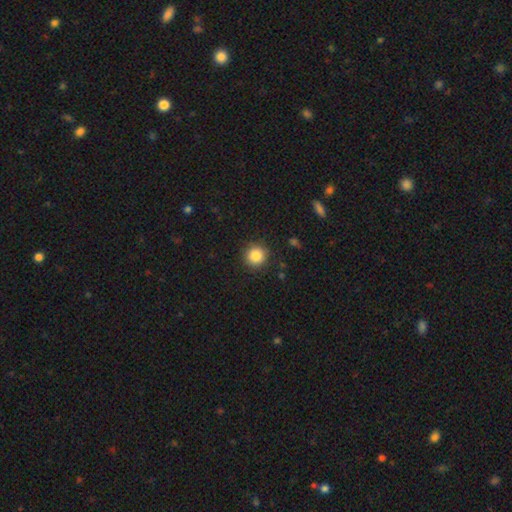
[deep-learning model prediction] Smooth or featured? Predicted: smooth (p=0.85). How rounded? Predicted: round (p=0.94). Merging? Predicted: none (p=0.90).